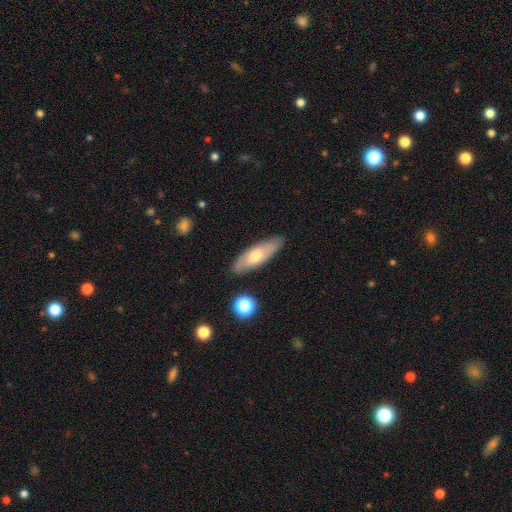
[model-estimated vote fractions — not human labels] Smooth or featured?
  - smooth: 56% *
  - featured or disk: 38%
  - star or artifact: 7%
How rounded?
  - in between: 51% *
  - cigar-shaped: 47%
  - round: 2%
Merging?
  - none: 85% *
  - minor disturbance: 11%
  - major disturbance: 2%
  - merger: 2%